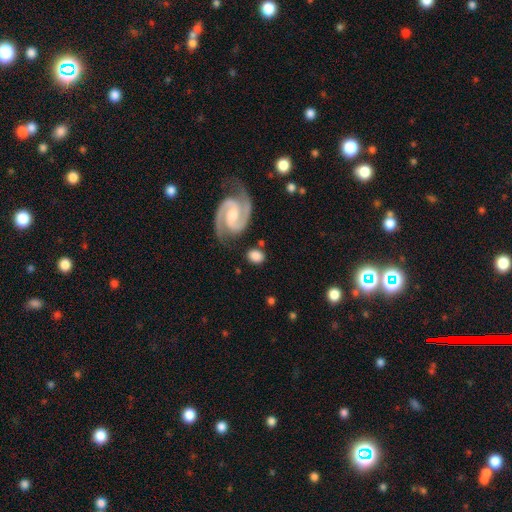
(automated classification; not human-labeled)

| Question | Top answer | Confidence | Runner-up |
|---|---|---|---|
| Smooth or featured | smooth | 56% | featured or disk (37%) |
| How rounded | in between | 53% | round (45%) |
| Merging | none | 76% | minor disturbance (14%) |